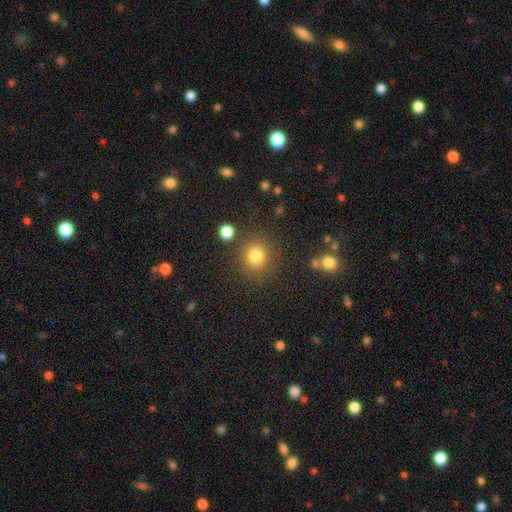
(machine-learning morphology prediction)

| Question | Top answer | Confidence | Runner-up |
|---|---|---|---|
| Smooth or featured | smooth | 81% | star or artifact (13%) |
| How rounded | round | 85% | in between (14%) |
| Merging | none | 82% | minor disturbance (9%) |